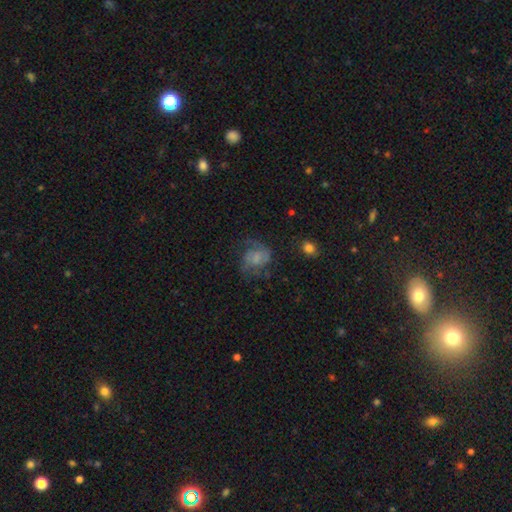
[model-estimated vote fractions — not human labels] This is likely a featured or disk galaxy (62%). It is clearly not viewed edge-on (98%). Bar: likely no (61%). Spiral arm pattern: clearly yes (86%). Spiral arm count: likely 2 (62%). Spiral winding: possibly medium (48%). Central bulge: marginally small (35%). Merging: possibly none (58%).